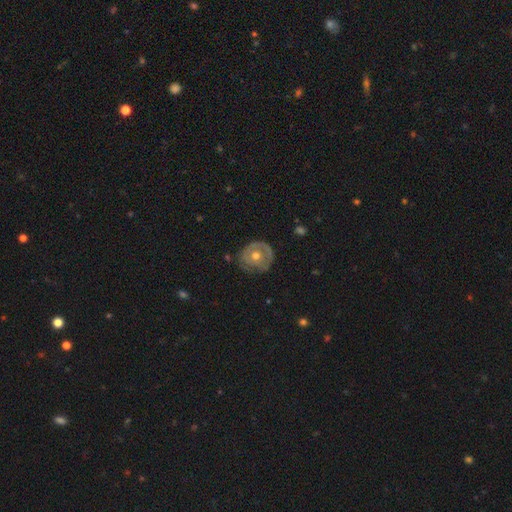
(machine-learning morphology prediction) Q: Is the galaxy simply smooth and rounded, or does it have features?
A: featured or disk — 54%.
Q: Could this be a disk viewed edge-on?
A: no — 96%.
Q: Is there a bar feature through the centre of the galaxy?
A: no — 88%.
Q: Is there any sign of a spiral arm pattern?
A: no — 64%.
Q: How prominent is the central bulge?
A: moderate — 74%.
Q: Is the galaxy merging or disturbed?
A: none — 65%.